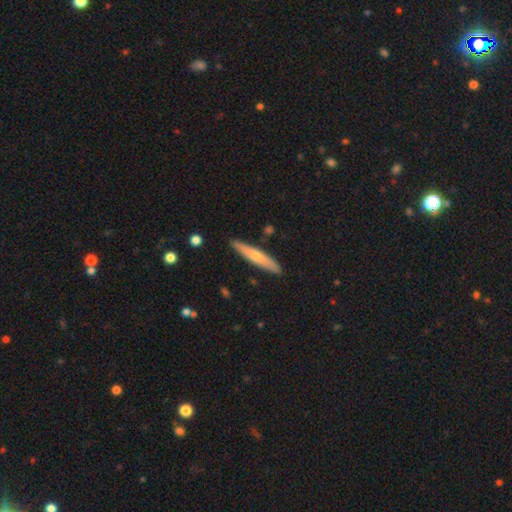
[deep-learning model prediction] This is possibly a smooth galaxy (51%). How rounded: clearly cigar-shaped (90%). Merging: clearly none (89%).